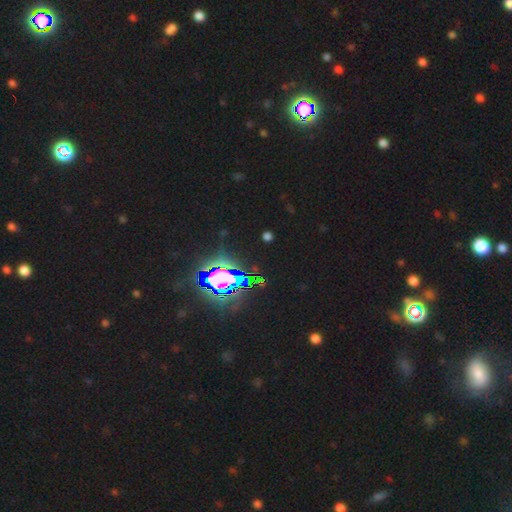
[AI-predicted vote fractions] Smooth or featured? star or artifact (78%)